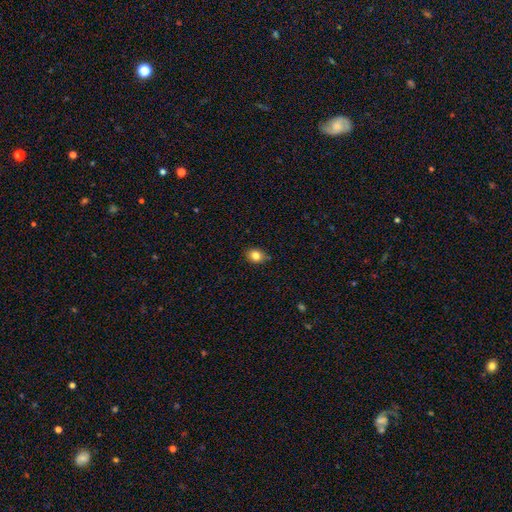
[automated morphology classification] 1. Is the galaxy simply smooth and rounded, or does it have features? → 83% smooth, 10% star or artifact, 7% featured or disk.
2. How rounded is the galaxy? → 51% round, 48% in between, 1% cigar-shaped.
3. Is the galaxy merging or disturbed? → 82% none, 14% minor disturbance, 2% major disturbance, 2% merger.